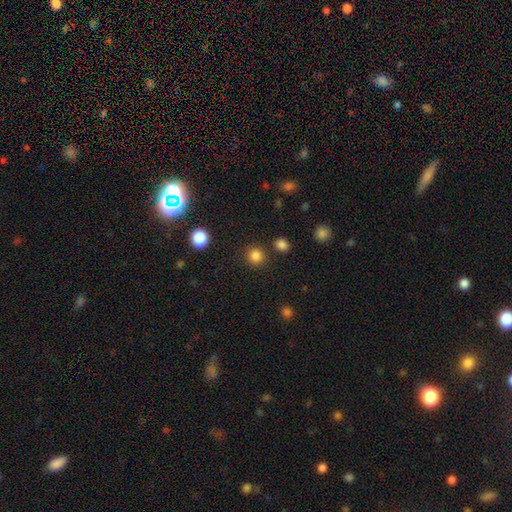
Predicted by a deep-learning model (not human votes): Smooth or featured?
  - smooth: 83% *
  - star or artifact: 13%
  - featured or disk: 3%
How rounded?
  - round: 91% *
  - in between: 8%
  - cigar-shaped: 1%
Merging?
  - none: 87% *
  - minor disturbance: 6%
  - merger: 4%
  - major disturbance: 3%